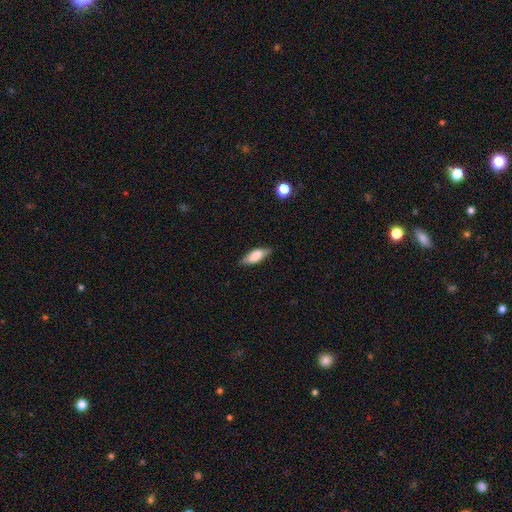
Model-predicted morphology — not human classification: This appears to be a smooth galaxy with no disk features (75%) that is in between round and cigar-shaped (71%). Merging: none (79%).